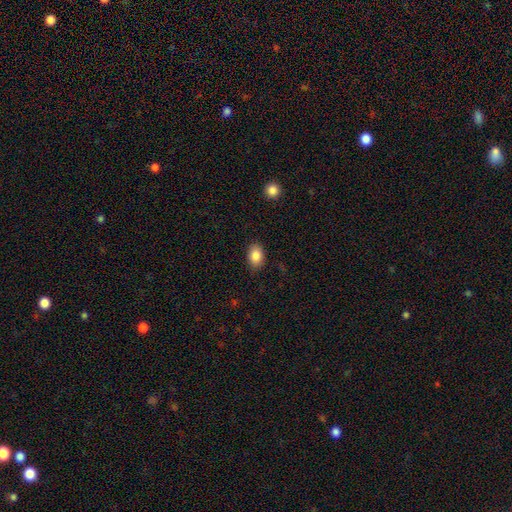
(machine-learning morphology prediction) Smooth or featured? smooth (85%)
How rounded? in between (81%)
Merging? none (86%)